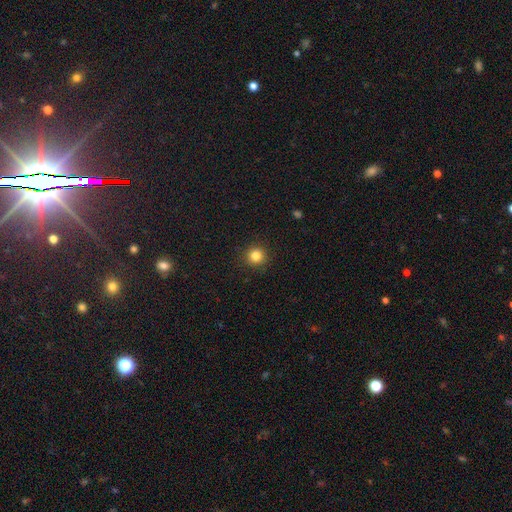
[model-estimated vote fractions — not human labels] Smooth or featured? Predicted: smooth (p=0.83). How rounded? Predicted: round (p=0.94). Merging? Predicted: none (p=0.92).